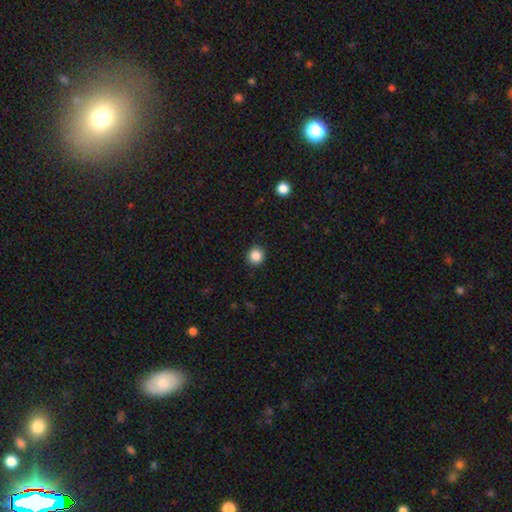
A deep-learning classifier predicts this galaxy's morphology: type=smooth (86%); roundness=round (93%); merging=none (92%).